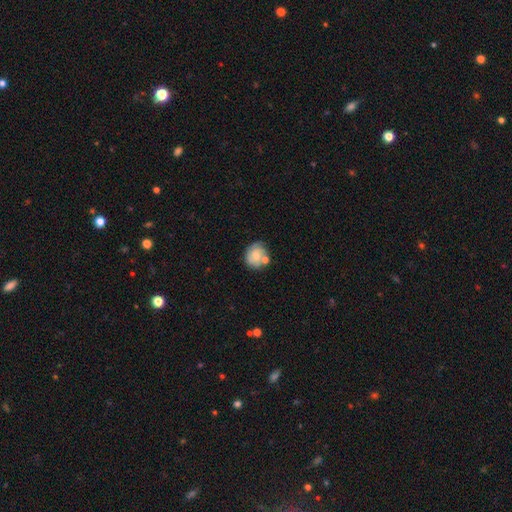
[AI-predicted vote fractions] smooth_or_featured: smooth (p=0.63) [alt: featured or disk p=0.29]
how_rounded: round (p=0.71) [alt: in between p=0.28]
merging: none (p=0.54) [alt: minor disturbance p=0.20]